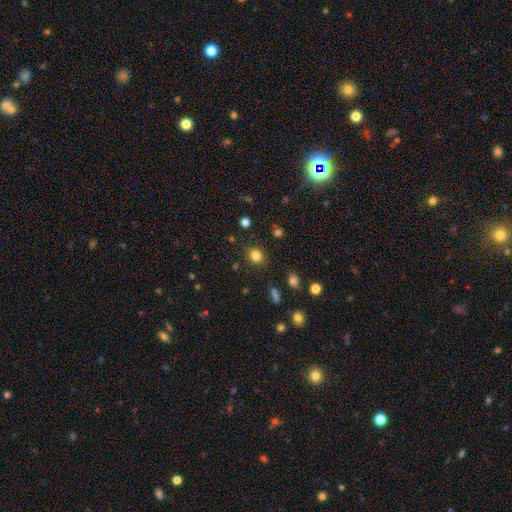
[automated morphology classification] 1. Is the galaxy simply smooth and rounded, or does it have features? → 81% smooth, 13% star or artifact, 6% featured or disk.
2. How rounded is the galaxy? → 74% round, 25% in between, 1% cigar-shaped.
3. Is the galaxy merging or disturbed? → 86% none, 9% minor disturbance, 3% major disturbance, 2% merger.